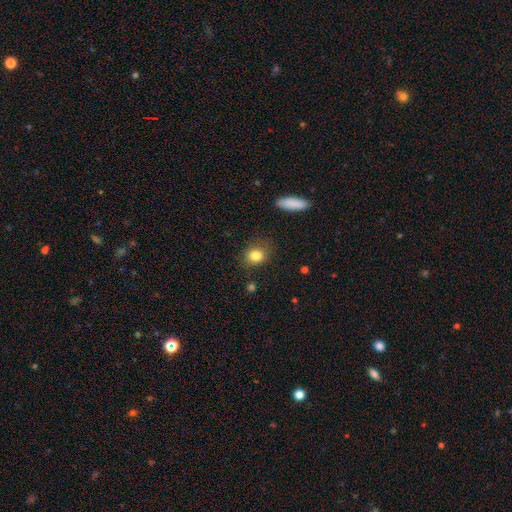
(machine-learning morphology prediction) smooth 84%, star or artifact 10%, featured or disk 7%. Down the decision tree: how rounded — round (61%); merging — none (79%).